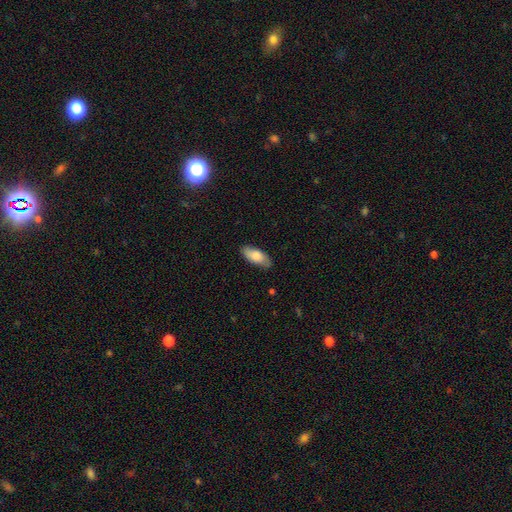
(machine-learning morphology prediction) Q: Smooth or featured?
A: smooth (74%); runner-up: featured or disk (20%)
Q: How rounded?
A: in between (84%); runner-up: cigar-shaped (14%)
Q: Merging?
A: none (82%); runner-up: minor disturbance (14%)